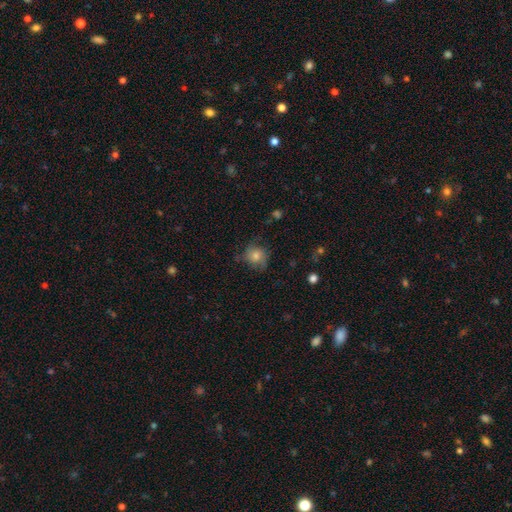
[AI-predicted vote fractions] Smooth or featured?
  - smooth: 65% *
  - featured or disk: 24%
  - star or artifact: 11%
How rounded?
  - round: 78% *
  - in between: 21%
  - cigar-shaped: 1%
Merging?
  - none: 62% *
  - minor disturbance: 25%
  - major disturbance: 12%
  - merger: 2%